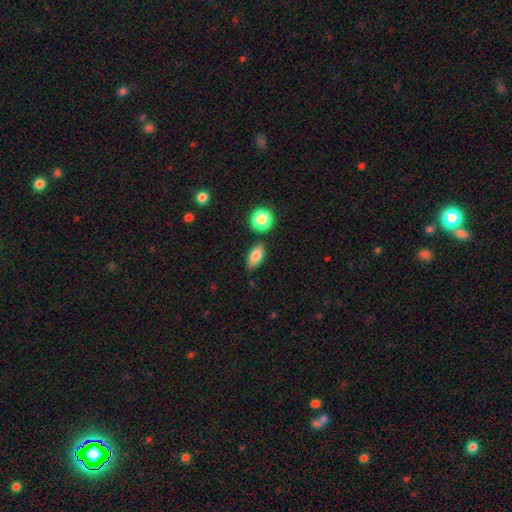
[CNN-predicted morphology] A smooth galaxy with no disk features (80%) that is in between round and cigar-shaped (84%).

Vote fractions:
- Smooth or featured? smooth: 80% / featured or disk: 10% / star or artifact: 9%
- How rounded? in between: 84% / cigar-shaped: 9% / round: 7%
- Merging? none: 83% / minor disturbance: 11% / merger: 4% / major disturbance: 3%